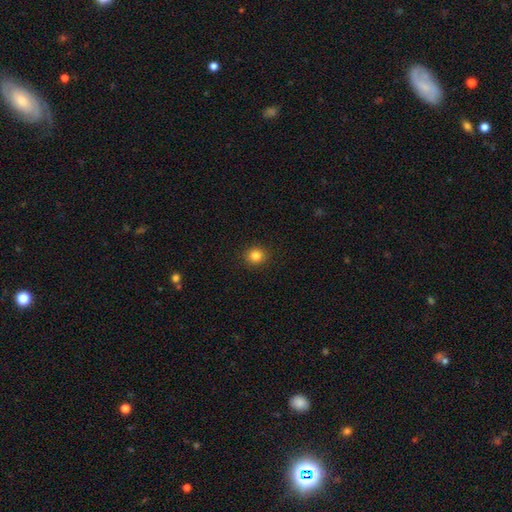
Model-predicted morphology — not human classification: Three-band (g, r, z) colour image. It shows a smooth galaxy with no disk features (84%) that is round (85%). Merging: none (92%).